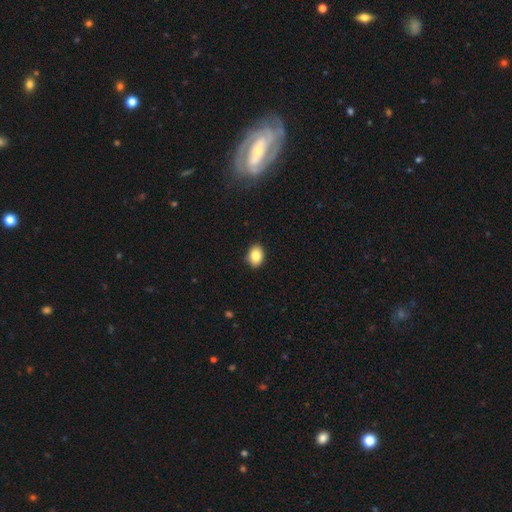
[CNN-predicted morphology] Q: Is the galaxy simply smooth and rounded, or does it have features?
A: smooth — 86%.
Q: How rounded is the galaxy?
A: in between — 71%.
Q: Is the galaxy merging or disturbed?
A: none — 89%.